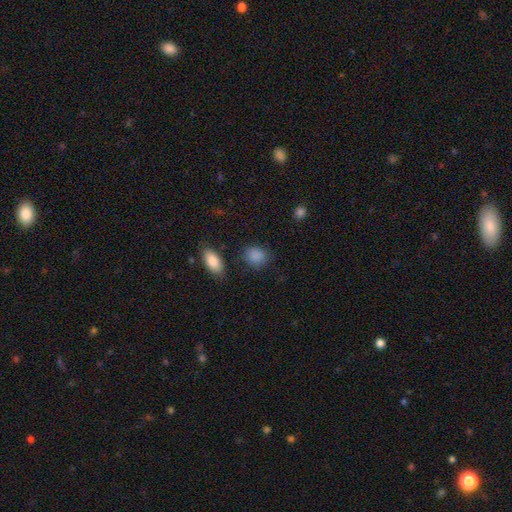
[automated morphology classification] This is clearly a smooth galaxy (88%). How rounded: possibly round (56%). Merging: clearly none (81%).